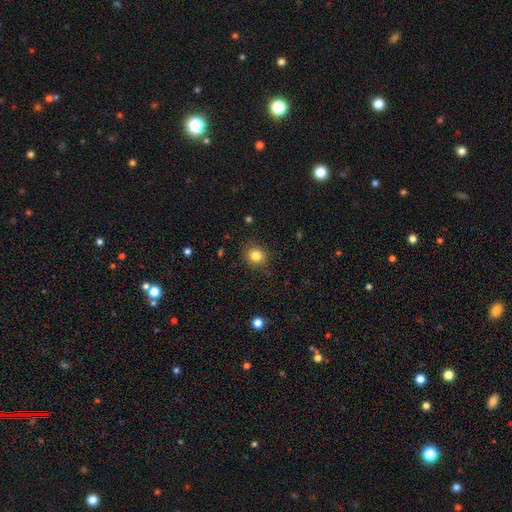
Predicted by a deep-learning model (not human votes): Smooth or featured?
  - smooth: 83% *
  - star or artifact: 11%
  - featured or disk: 6%
How rounded?
  - round: 82% *
  - in between: 17%
  - cigar-shaped: 1%
Merging?
  - none: 88% *
  - minor disturbance: 9%
  - major disturbance: 2%
  - merger: 1%